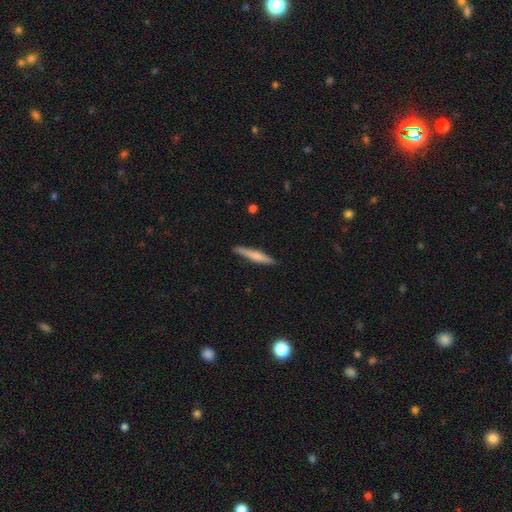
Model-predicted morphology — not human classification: A smooth galaxy with no disk features (61%) that is cigar-shaped (94%). Merging: none (88%).